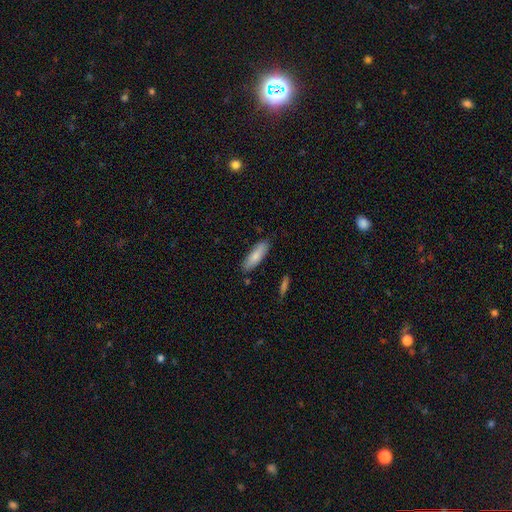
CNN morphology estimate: Smooth or featured: smooth — 82% (featured or disk — 12%)
How rounded: in between — 52% (cigar-shaped — 46%)
Merging: none — 83% (minor disturbance — 12%)